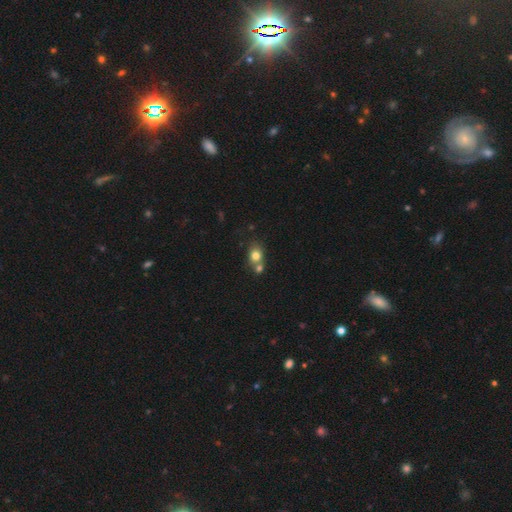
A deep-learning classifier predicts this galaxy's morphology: Smooth or featured: smooth — 78% (featured or disk — 11%)
How rounded: round — 56% (in between — 43%)
Merging: none — 45% (merger — 40%)